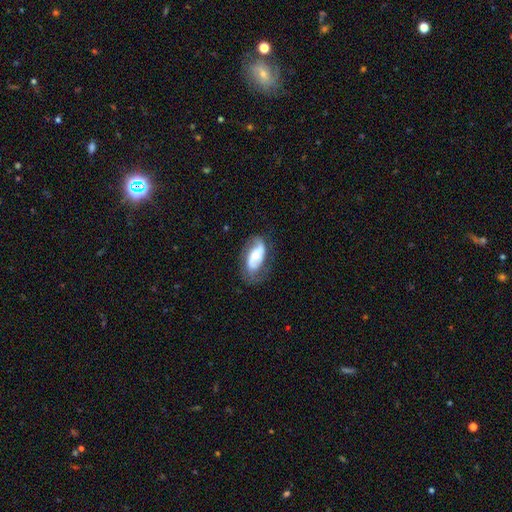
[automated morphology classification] Smooth or featured?
  - featured or disk: 66% *
  - smooth: 28%
  - star or artifact: 7%
Edge-on disk?
  - no: 94% *
  - yes: 6%
Bar?
  - no: 51% *
  - weak: 31%
  - strong: 18%
Spiral arms?
  - yes: 85% *
  - no: 15%
Spiral winding?
  - medium: 40% *
  - loose: 36%
  - tight: 24%
Spiral arm count?
  - 2: 78% *
  - can't tell: 11%
  - 1: 8%
  - 3: 1%
  - 4: 1%
  - more than 4: 1%
Bulge size?
  - moderate: 44% *
  - small: 43%
  - large: 8%
  - none: 4%
  - dominant: 2%
Merging?
  - none: 61% *
  - minor disturbance: 24%
  - major disturbance: 13%
  - merger: 2%